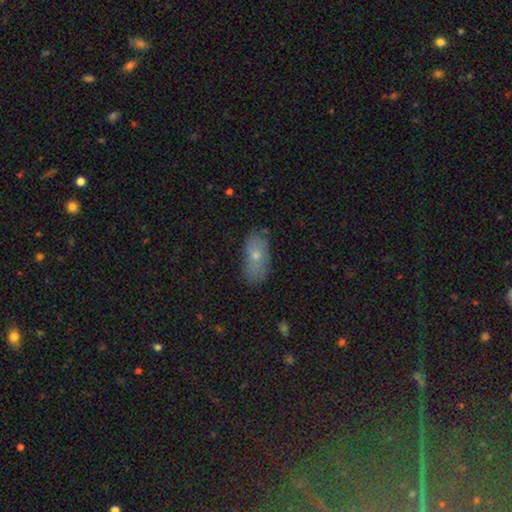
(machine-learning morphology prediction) type=smooth (68%); roundness=in between (88%); merging=none (75%).